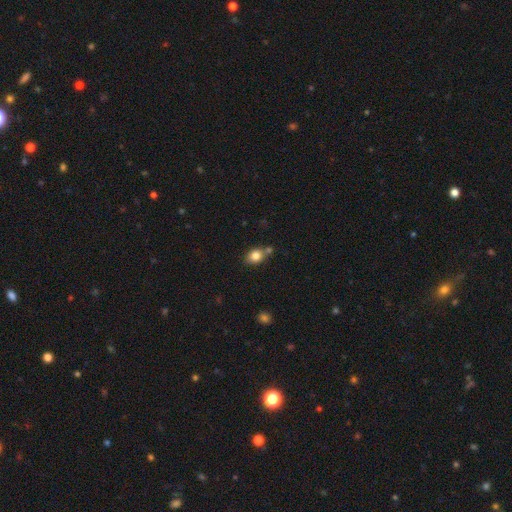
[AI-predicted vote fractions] Smooth or featured?
  - smooth: 82% *
  - star or artifact: 10%
  - featured or disk: 8%
How rounded?
  - in between: 53% *
  - round: 45%
  - cigar-shaped: 1%
Merging?
  - none: 60% *
  - merger: 20%
  - minor disturbance: 16%
  - major disturbance: 4%